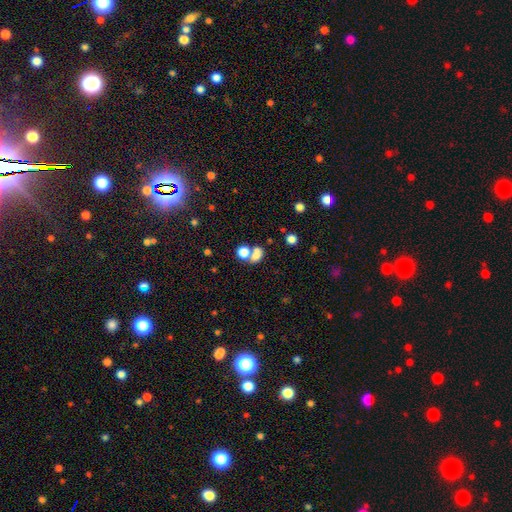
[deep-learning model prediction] A smooth galaxy with no disk features (72%) that is in between round and cigar-shaped (56%).

Vote fractions:
- Smooth or featured? smooth: 72% / star or artifact: 15% / featured or disk: 13%
- How rounded? in between: 56% / round: 42% / cigar-shaped: 2%
- Merging? merger: 50% / none: 35% / minor disturbance: 9% / major disturbance: 6%